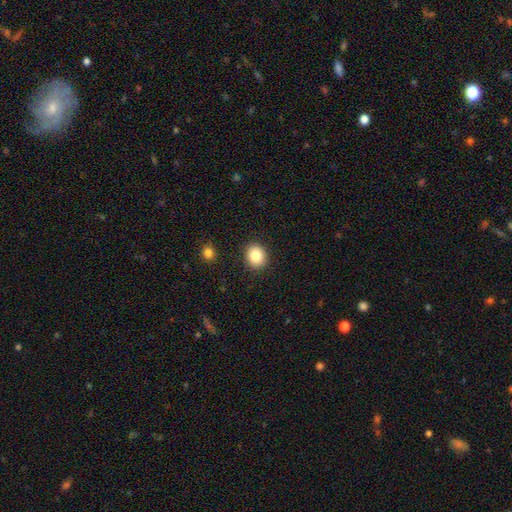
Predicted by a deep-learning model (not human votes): smooth-or-featured: smooth: 84% | star or artifact: 9% | featured or disk: 6%
  how-rounded: round: 72% | in between: 27% | cigar-shaped: 1%
  merging: none: 91% | minor disturbance: 6% | major disturbance: 2% | merger: 1%